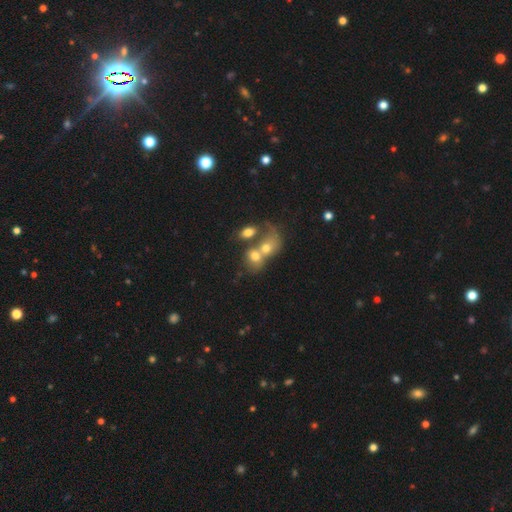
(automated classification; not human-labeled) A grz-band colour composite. It shows a smooth galaxy with no disk features (60%) that is in between round and cigar-shaped (55%). Merging: merger (72%).